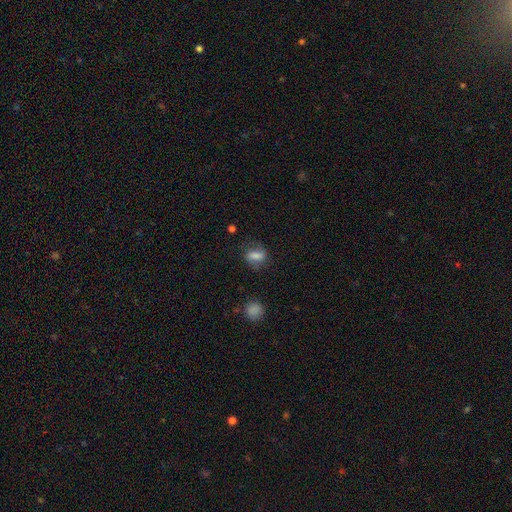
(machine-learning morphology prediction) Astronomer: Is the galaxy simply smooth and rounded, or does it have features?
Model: smooth — 69%.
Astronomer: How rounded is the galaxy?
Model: in between — 69%.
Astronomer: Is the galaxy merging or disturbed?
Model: none — 67%.